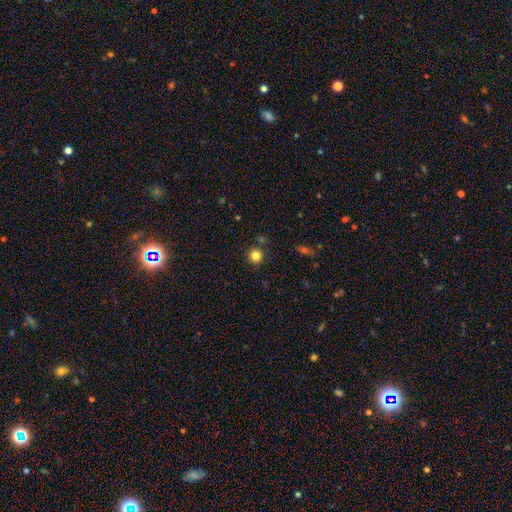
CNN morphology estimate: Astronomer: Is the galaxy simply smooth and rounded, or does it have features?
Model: smooth — 82%.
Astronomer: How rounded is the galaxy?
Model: round — 95%.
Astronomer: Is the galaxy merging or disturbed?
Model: none — 86%.